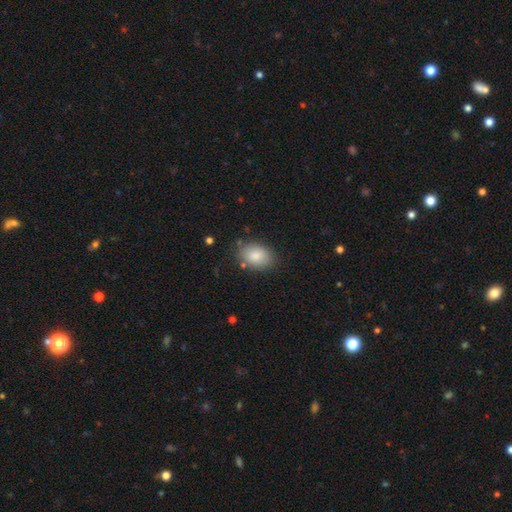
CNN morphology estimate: Smooth or featured: smooth — 85% (featured or disk — 8%)
How rounded: in between — 80% (round — 19%)
Merging: none — 80% (minor disturbance — 14%)